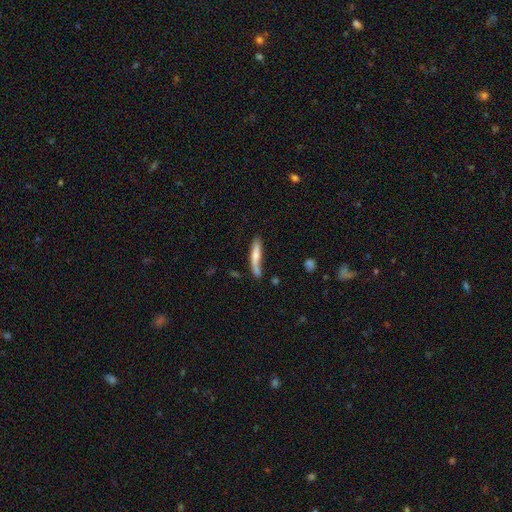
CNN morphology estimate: smooth_or_featured: smooth (p=0.66) [alt: featured or disk p=0.28]
how_rounded: cigar-shaped (p=0.87) [alt: in between p=0.11]
merging: none (p=0.53) [alt: minor disturbance p=0.25]